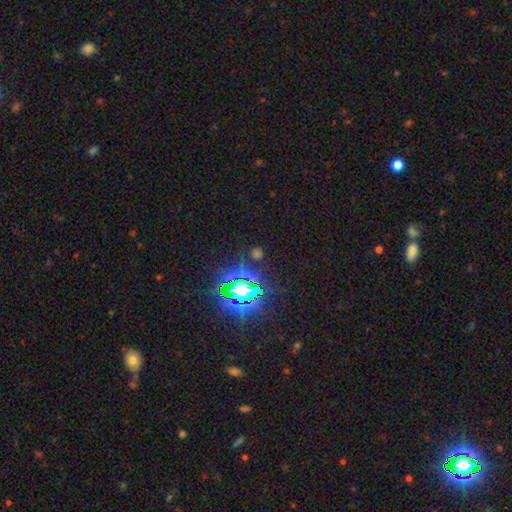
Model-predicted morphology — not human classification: smooth_or_featured: star or artifact (p=0.75) [alt: smooth p=0.16]